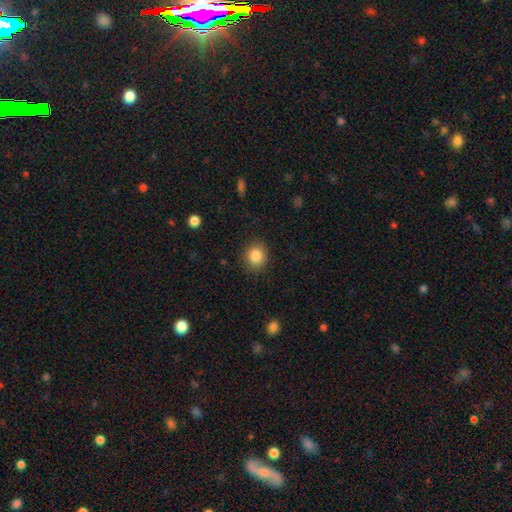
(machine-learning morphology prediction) A smooth galaxy with no disk features (86%) that is round (73%).

Vote fractions:
- Smooth or featured? smooth: 86% / star or artifact: 9% / featured or disk: 5%
- How rounded? round: 73% / in between: 26% / cigar-shaped: 1%
- Merging? none: 88% / minor disturbance: 9% / major disturbance: 3% / merger: 1%